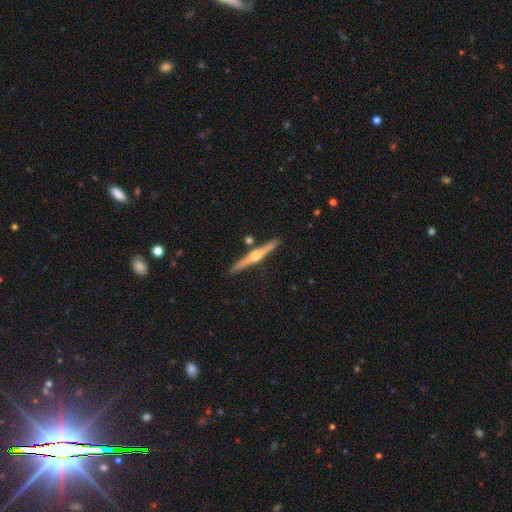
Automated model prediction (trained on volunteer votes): smooth_or_featured: featured or disk (p=0.79) [alt: smooth p=0.16]
disk_edge_on: yes (p=0.98) [alt: no p=0.02]
edge_on_bulge: rounded (p=0.94) [alt: none p=0.03]
merging: none (p=0.86) [alt: minor disturbance p=0.08]